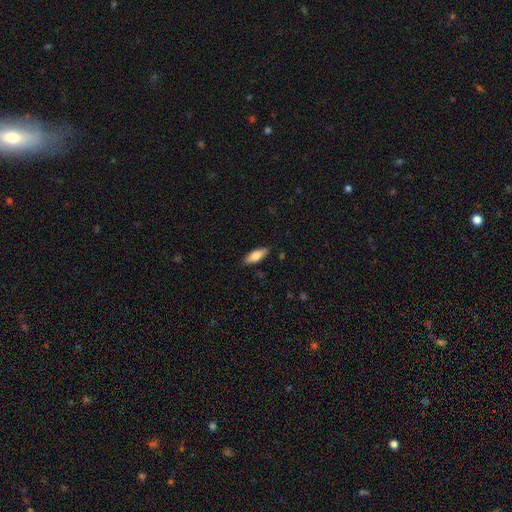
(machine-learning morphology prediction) Smooth or featured? Predicted: smooth (p=0.77). How rounded? Predicted: in between (p=0.68). Merging? Predicted: none (p=0.85).